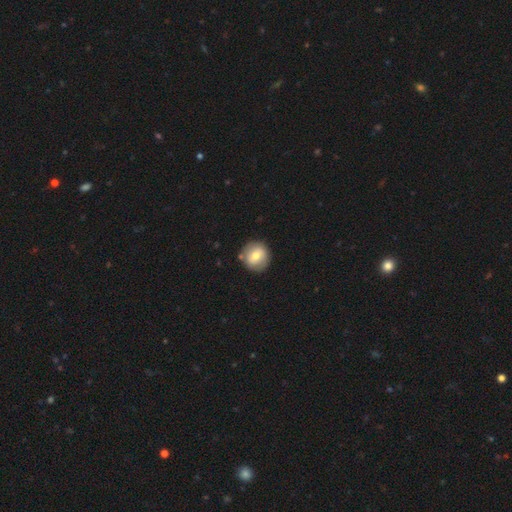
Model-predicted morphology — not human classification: Smooth or featured? smooth (63%)
How rounded? round (88%)
Merging? none (82%)